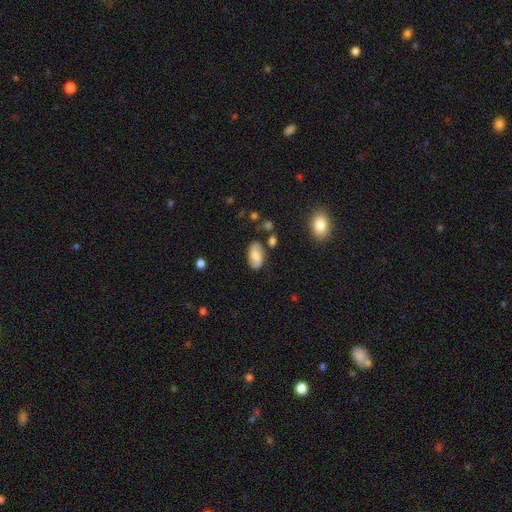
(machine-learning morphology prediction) A featured or disk galaxy (52%). Merging: none (76%).